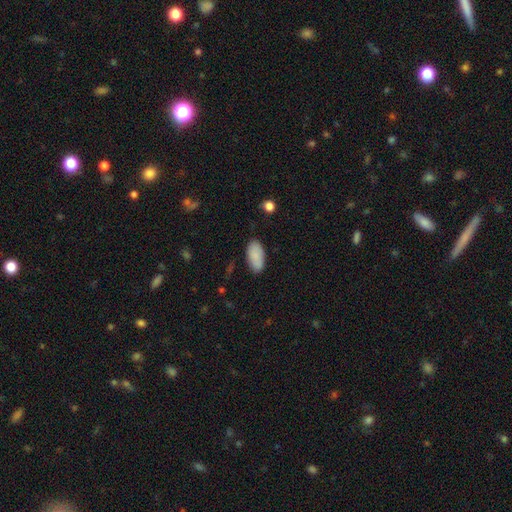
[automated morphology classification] smooth_or_featured: smooth (p=0.87) [alt: featured or disk p=0.06]
how_rounded: in between (p=0.94) [alt: cigar-shaped p=0.04]
merging: none (p=0.83) [alt: minor disturbance p=0.13]